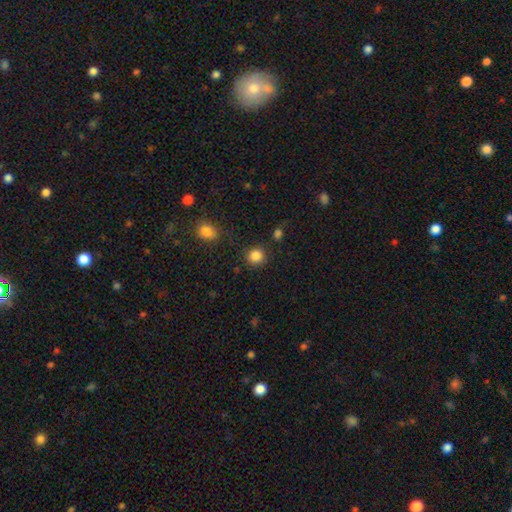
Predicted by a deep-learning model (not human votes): A smooth galaxy with no disk features (86%) that is round (87%). Merging: none (85%).